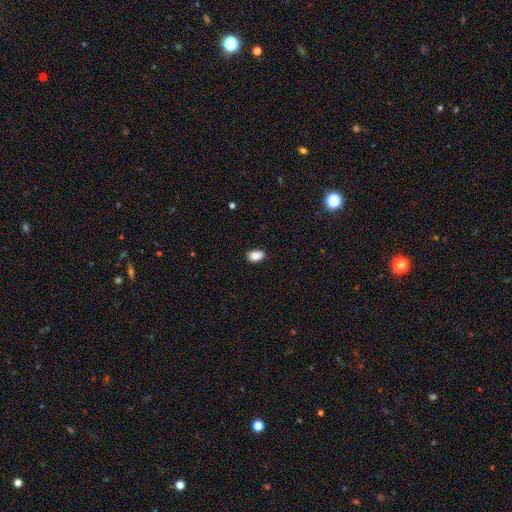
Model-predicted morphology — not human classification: type=smooth (88%); roundness=in between (85%); merging=none (83%).